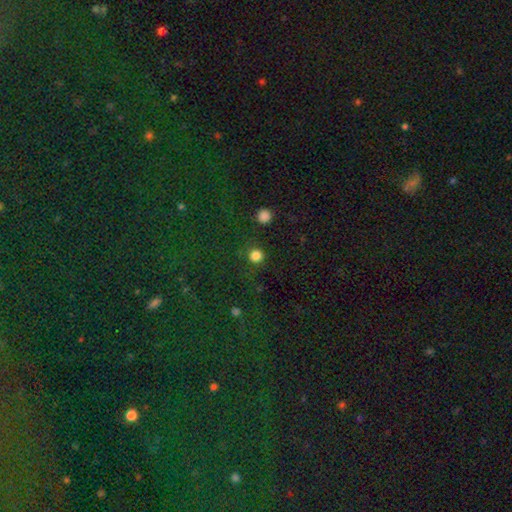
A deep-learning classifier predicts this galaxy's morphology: type=smooth (82%); roundness=round (93%); merging=none (87%).